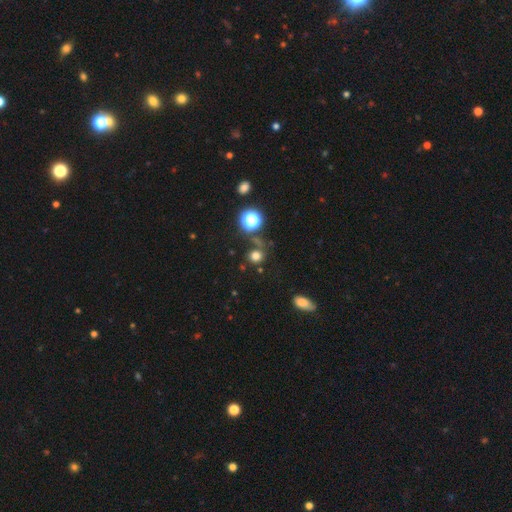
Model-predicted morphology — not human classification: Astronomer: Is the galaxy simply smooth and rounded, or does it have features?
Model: smooth — 72%.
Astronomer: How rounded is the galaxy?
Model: round — 81%.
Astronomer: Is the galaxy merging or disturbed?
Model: none — 70%.